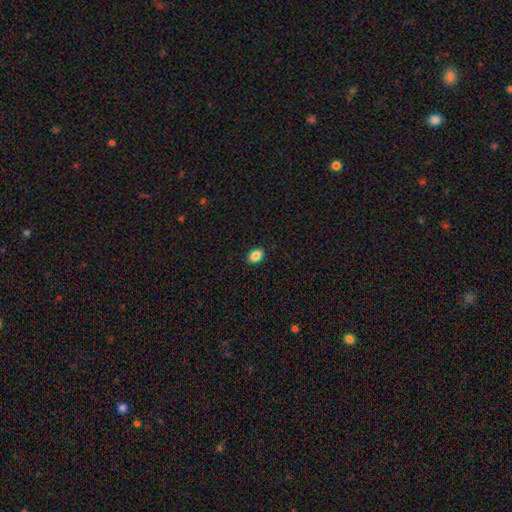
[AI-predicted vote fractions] smooth 87%, star or artifact 8%, featured or disk 5%. Down the decision tree: how rounded — in between (82%); merging — none (90%).